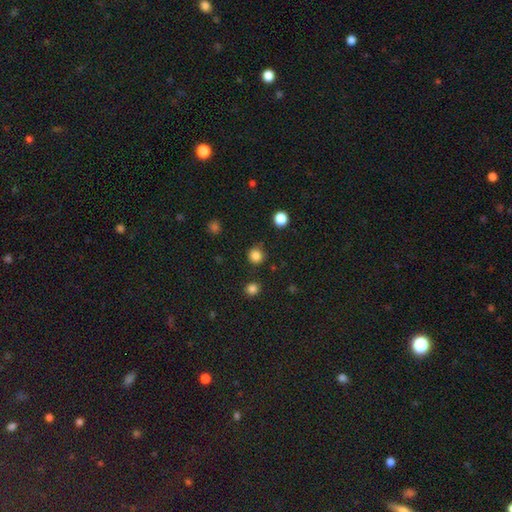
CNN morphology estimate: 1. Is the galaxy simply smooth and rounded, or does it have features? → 83% smooth, 13% star or artifact, 4% featured or disk.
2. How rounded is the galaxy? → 93% round, 7% in between, 1% cigar-shaped.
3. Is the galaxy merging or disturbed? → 86% none, 9% minor disturbance, 3% merger, 3% major disturbance.